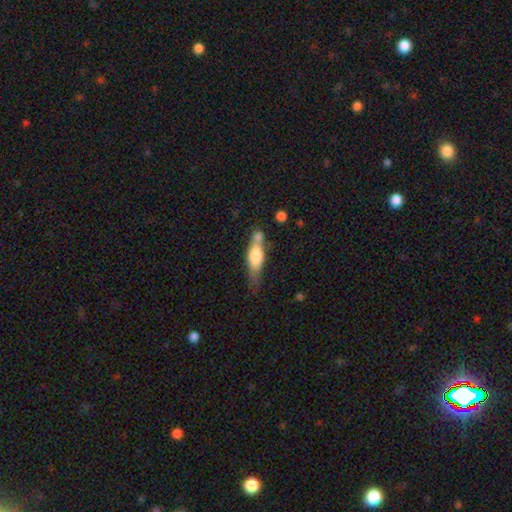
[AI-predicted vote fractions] A smooth galaxy with no disk features (61%) that is cigar-shaped (51%). Merging: none (43%).